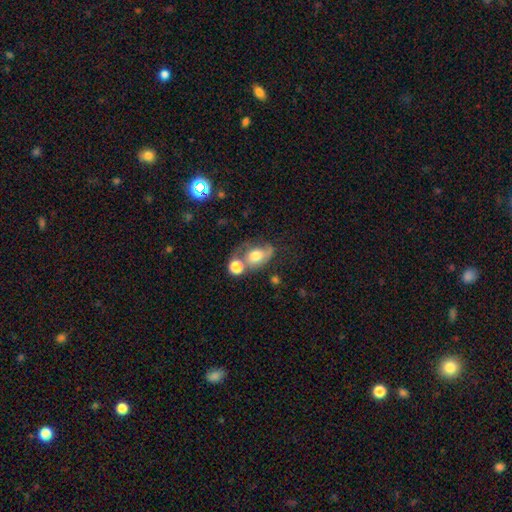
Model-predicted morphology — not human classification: A smooth galaxy with no disk features (56%) that is in between round and cigar-shaped (67%).

Vote fractions:
- Smooth or featured? smooth: 56% / featured or disk: 34% / star or artifact: 10%
- How rounded? in between: 67% / round: 31% / cigar-shaped: 2%
- Merging? merger: 32% / none: 28% / major disturbance: 20% / minor disturbance: 19%